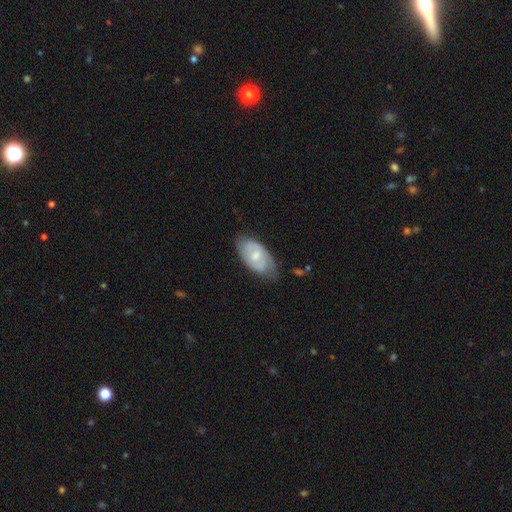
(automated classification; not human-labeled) Morphology: type=featured or disk (52%); edge-on=no (93%); merging=none (64%).